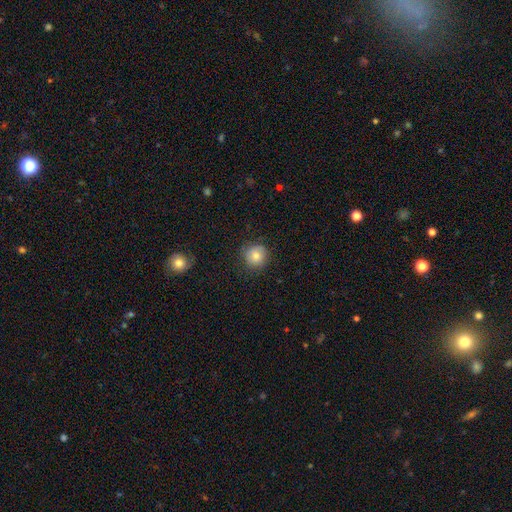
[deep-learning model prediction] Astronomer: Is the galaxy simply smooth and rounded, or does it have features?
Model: smooth — 78%.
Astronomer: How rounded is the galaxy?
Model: round — 91%.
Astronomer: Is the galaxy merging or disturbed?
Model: none — 81%.